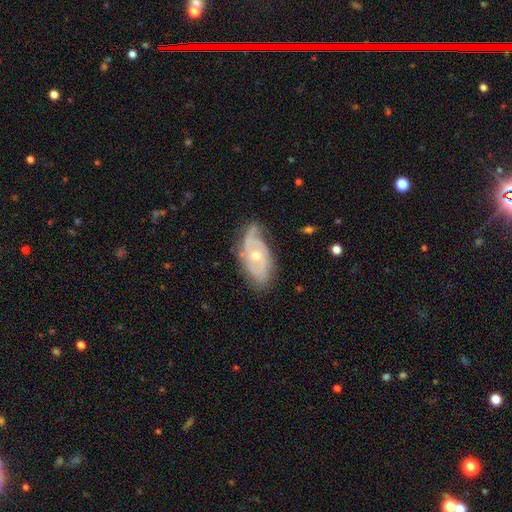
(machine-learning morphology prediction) Smooth or featured: featured or disk — 78% (smooth — 16%)
Edge-on disk: no — 92% (yes — 8%)
Bar: no — 74% (weak — 21%)
Spiral arms: yes — 86% (no — 14%)
Spiral winding: tight — 53% (medium — 34%)
Spiral arm count: 2 — 42% (can't tell — 32%)
Bulge size: moderate — 51% (small — 46%)
Merging: none — 63% (minor disturbance — 27%)